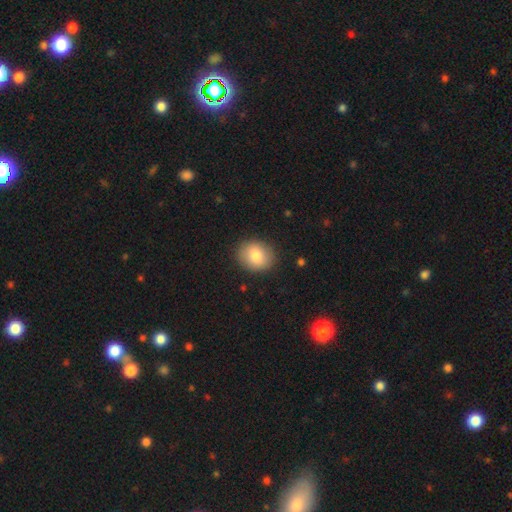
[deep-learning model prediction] smooth_or_featured: smooth (p=0.82) [alt: featured or disk p=0.11]
how_rounded: round (p=0.62) [alt: in between p=0.37]
merging: none (p=0.88) [alt: minor disturbance p=0.09]